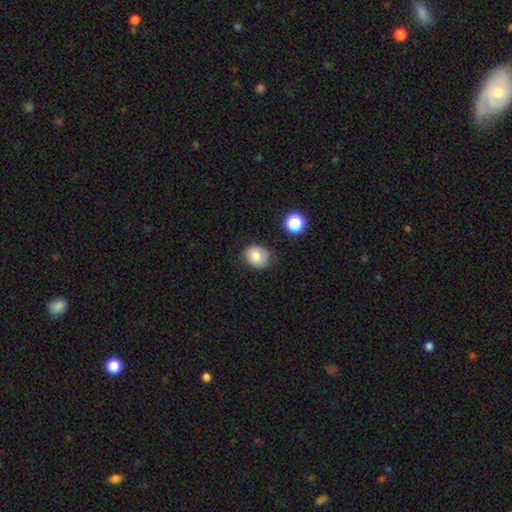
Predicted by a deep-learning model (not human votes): smooth-or-featured: smooth: 79% | featured or disk: 11% | star or artifact: 10%
  how-rounded: round: 71% | in between: 28% | cigar-shaped: 1%
  merging: none: 80% | minor disturbance: 14% | major disturbance: 3% | merger: 2%